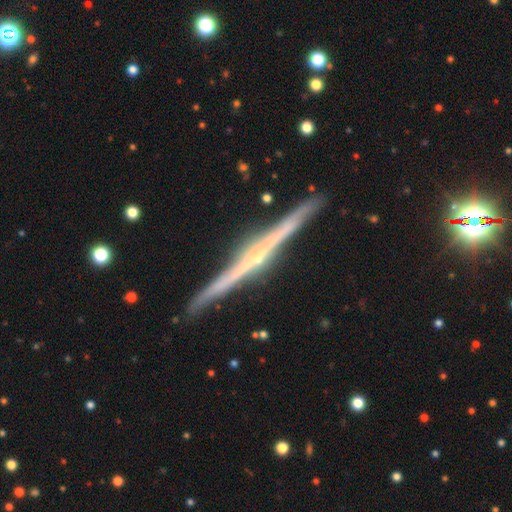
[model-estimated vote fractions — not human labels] The model was most divided on "edge-on bulge": rounded: 51%, none: 38%, boxy: 12%. More confident: edge-on disk — yes (98%); merging — none (90%); smooth or featured — featured or disk (85%).